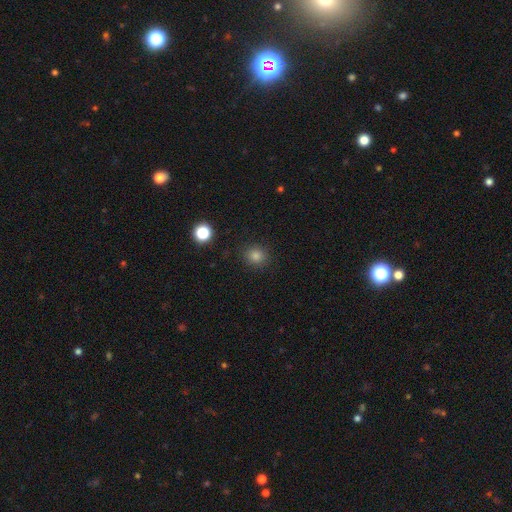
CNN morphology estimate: smooth 81%, star or artifact 15%, featured or disk 4%. Down the decision tree: how rounded — round (85%); merging — none (90%).